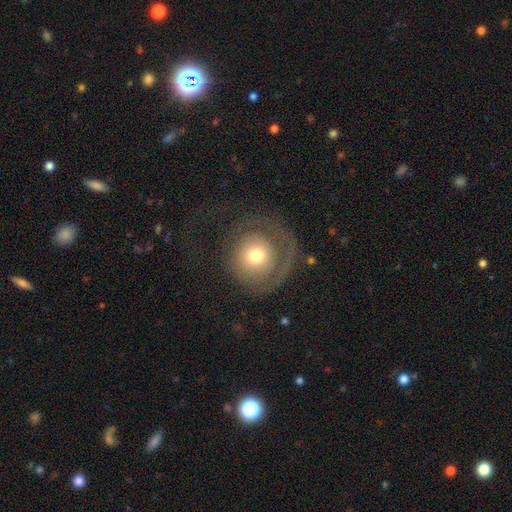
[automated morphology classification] Smooth or featured: smooth — 49% (featured or disk — 43%)
Merging: none — 52% (major disturbance — 30%)